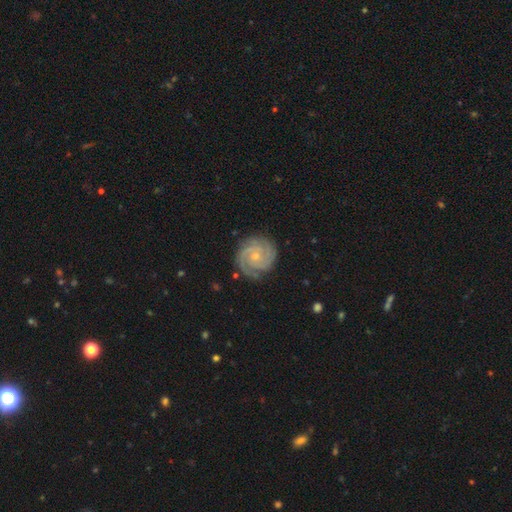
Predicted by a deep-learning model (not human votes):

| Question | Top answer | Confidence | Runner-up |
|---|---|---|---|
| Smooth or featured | featured or disk | 91% | smooth (5%) |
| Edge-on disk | no | 98% | yes (2%) |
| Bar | no | 70% | weak (25%) |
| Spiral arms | yes | 99% | no (1%) |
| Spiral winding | tight | 78% | medium (20%) |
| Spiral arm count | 2 | 43% | 3 (32%) |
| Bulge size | small | 64% | moderate (33%) |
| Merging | none | 84% | minor disturbance (12%) |